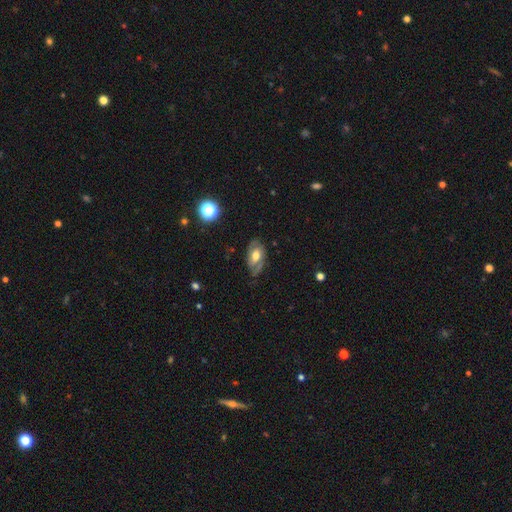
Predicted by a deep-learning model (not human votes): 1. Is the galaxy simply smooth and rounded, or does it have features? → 56% featured or disk, 36% smooth, 8% star or artifact.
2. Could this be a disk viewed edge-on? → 90% no, 10% yes.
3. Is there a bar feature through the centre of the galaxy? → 58% no, 32% weak, 11% strong.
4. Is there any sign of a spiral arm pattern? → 62% yes, 38% no.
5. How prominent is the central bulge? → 68% moderate, 18% large, 11% small, 1% none, 1% dominant.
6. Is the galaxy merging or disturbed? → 62% none, 26% minor disturbance, 10% major disturbance, 2% merger.